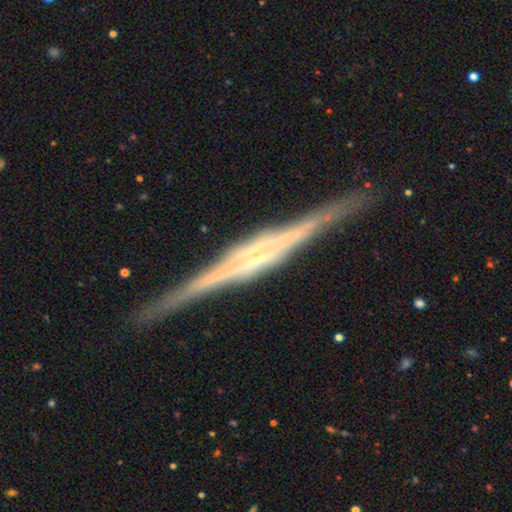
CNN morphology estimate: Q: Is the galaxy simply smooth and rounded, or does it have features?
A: featured or disk — 89%.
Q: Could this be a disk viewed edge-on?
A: yes — 98%.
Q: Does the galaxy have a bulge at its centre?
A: boxy — 59%.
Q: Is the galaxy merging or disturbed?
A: none — 89%.